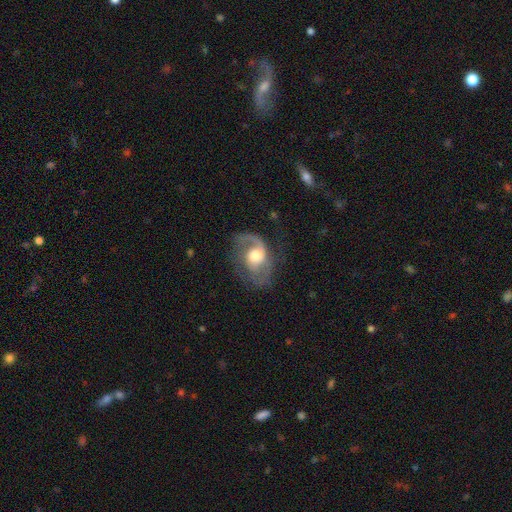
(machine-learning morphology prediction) Smooth or featured? Predicted: featured or disk (p=0.78). Edge-on disk? Predicted: no (p=0.97). Bar? Predicted: no (p=0.64). Spiral arms? Predicted: yes (p=0.92). Spiral winding? Predicted: medium (p=0.45). Spiral arm count? Predicted: 2 (p=0.47). Bulge size? Predicted: moderate (p=0.65). Merging? Predicted: none (p=0.51).